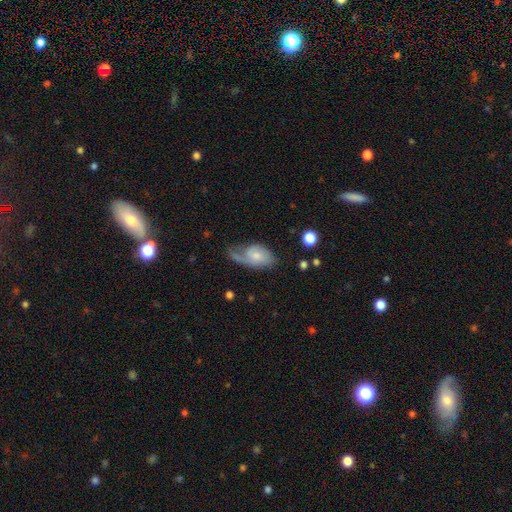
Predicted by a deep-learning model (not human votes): smooth_or_featured: smooth (p=0.49) [alt: featured or disk p=0.44]
merging: major disturbance (p=0.33) [alt: none p=0.31]